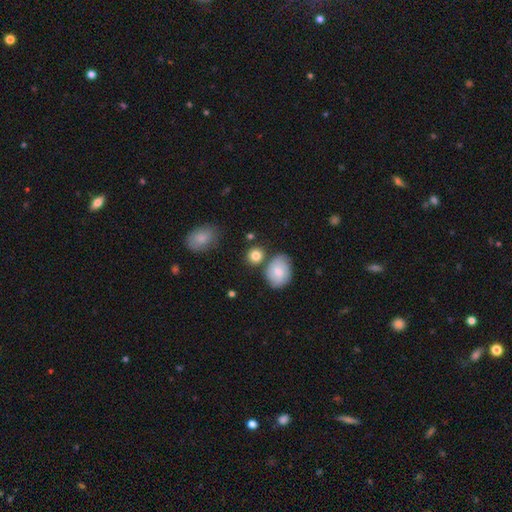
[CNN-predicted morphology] Smooth or featured?
  - smooth: 80% *
  - featured or disk: 12%
  - star or artifact: 8%
How rounded?
  - round: 77% *
  - in between: 22%
  - cigar-shaped: 1%
Merging?
  - none: 71% *
  - merger: 14%
  - minor disturbance: 12%
  - major disturbance: 4%